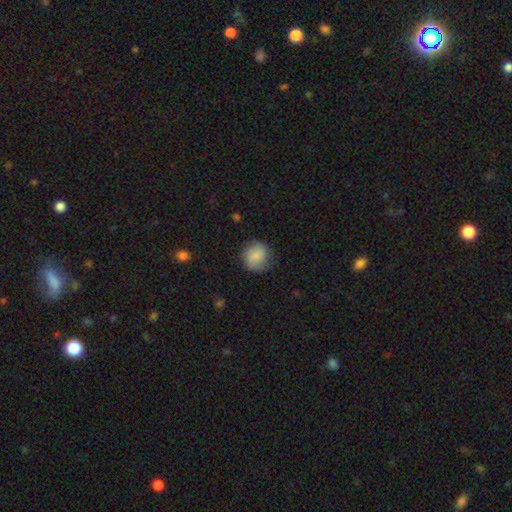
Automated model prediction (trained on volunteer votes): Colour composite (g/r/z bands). It shows a smooth galaxy with no disk features (76%) that is round (84%). Merging: none (75%).